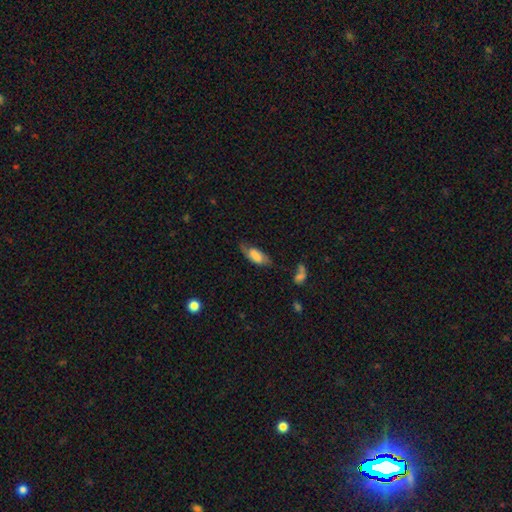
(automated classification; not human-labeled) This appears to be a smooth galaxy with no disk features (50%) that is in between round and cigar-shaped (84%). Merging: none (52%).